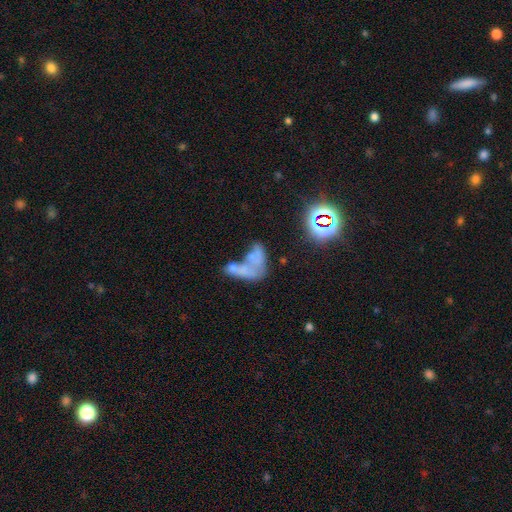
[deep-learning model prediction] Morphology: type=smooth (49%); merging=merger (57%).